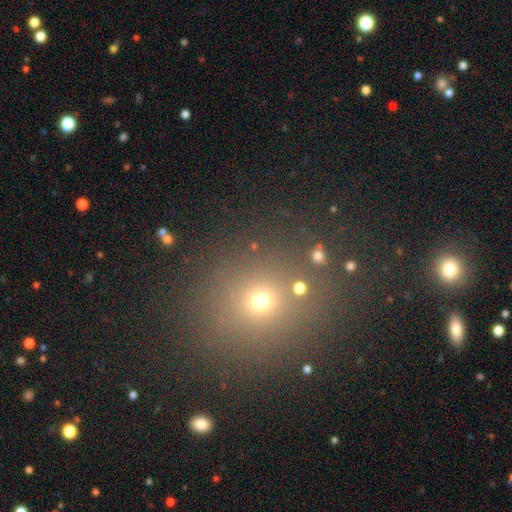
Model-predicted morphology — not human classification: A smooth galaxy with no disk features (53%) that is round (79%). Merging: none (82%).